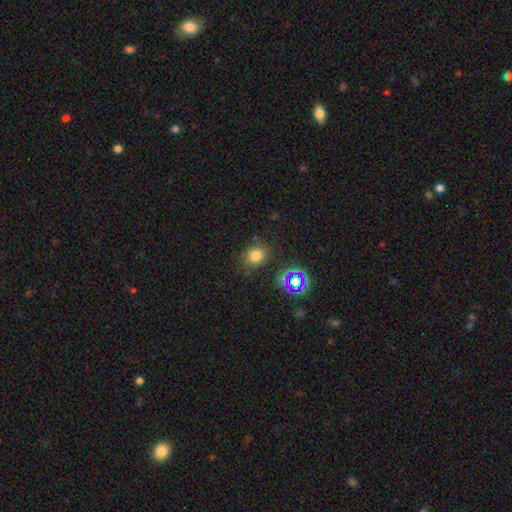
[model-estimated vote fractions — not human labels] Morphology: type=smooth (75%); roundness=round (72%); merging=none (80%).